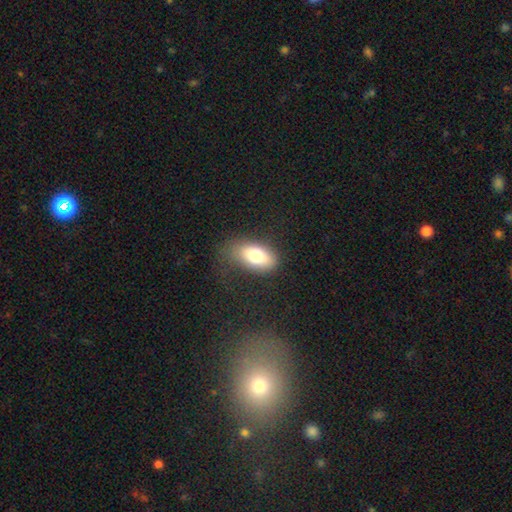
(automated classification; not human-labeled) This is likely a smooth galaxy (78%). How rounded: clearly in between (90%). Merging: likely none (67%).